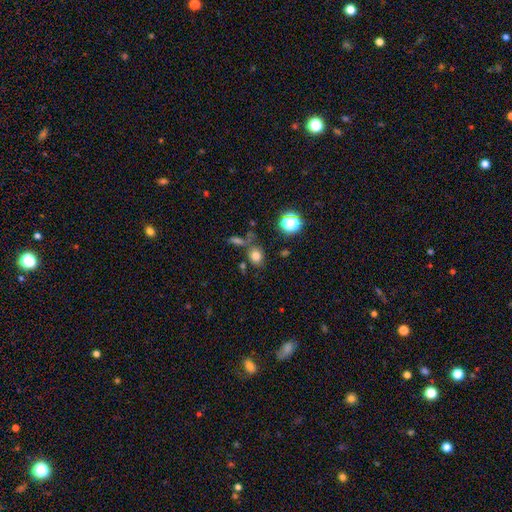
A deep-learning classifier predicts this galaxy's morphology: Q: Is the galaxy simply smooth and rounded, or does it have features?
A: smooth — 76%.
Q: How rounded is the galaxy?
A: round — 55%.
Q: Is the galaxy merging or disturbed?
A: none — 66%.